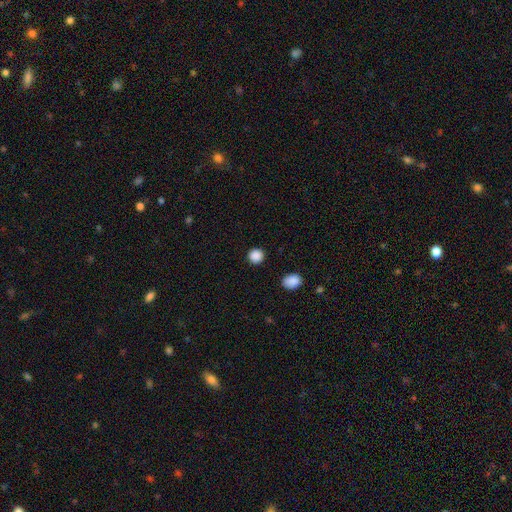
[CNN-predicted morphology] This is clearly a smooth galaxy (88%). How rounded: clearly round (93%). Merging: clearly none (91%).